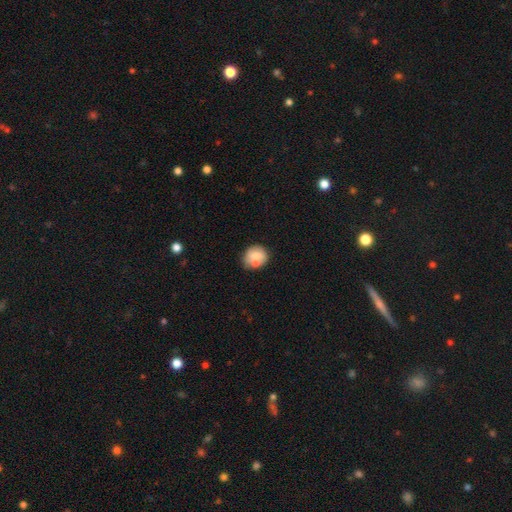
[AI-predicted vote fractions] The model was most divided on "merging": none: 51%, merger: 26%, minor disturbance: 17%, major disturbance: 5%. More confident: how rounded — round (71%); smooth or featured — smooth (66%).